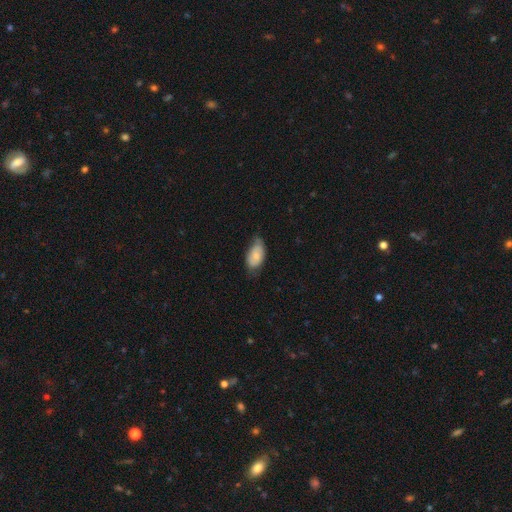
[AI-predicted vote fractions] A smooth galaxy with no disk features (75%) that is in between round and cigar-shaped (93%). Merging: none (51%).